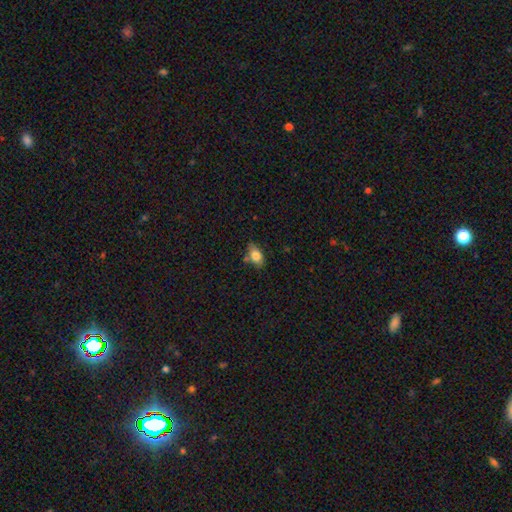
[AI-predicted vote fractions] smooth_or_featured: smooth (p=0.81) [alt: featured or disk p=0.11]
how_rounded: in between (p=0.87) [alt: round p=0.09]
merging: none (p=0.71) [alt: minor disturbance p=0.17]